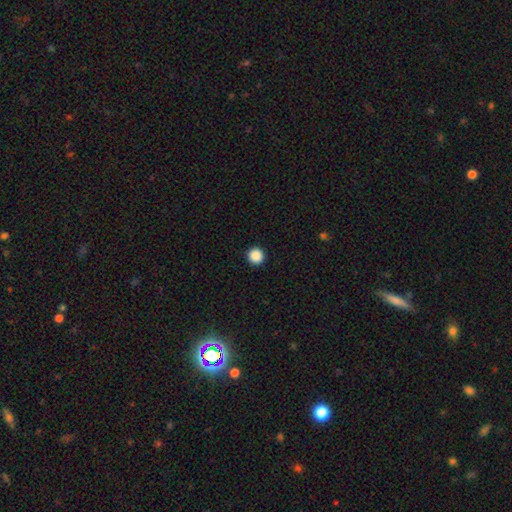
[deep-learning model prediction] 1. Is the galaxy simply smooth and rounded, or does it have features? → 88% smooth, 9% star or artifact, 2% featured or disk.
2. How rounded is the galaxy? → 96% round, 3% in between, 1% cigar-shaped.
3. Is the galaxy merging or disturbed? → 93% none, 4% minor disturbance, 2% major disturbance, 1% merger.